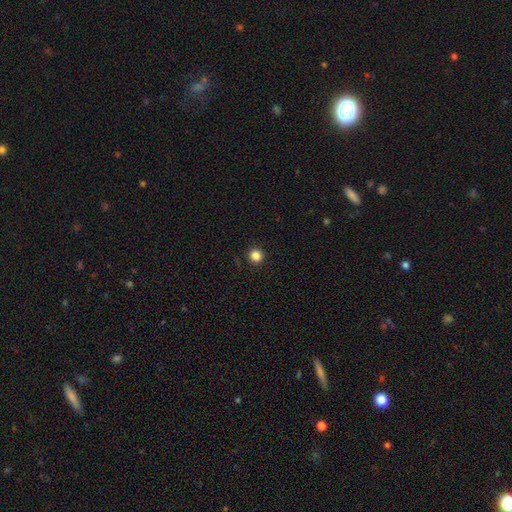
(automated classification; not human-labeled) smooth 85%, star or artifact 12%, featured or disk 3%. Down the decision tree: how rounded — round (94%); merging — none (92%).